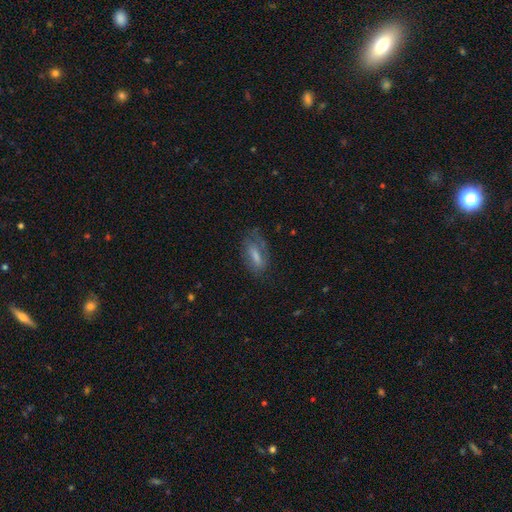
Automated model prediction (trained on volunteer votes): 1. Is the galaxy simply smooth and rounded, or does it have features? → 57% smooth, 34% featured or disk, 10% star or artifact.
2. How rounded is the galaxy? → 69% in between, 26% cigar-shaped, 4% round.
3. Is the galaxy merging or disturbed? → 56% none, 26% minor disturbance, 16% major disturbance, 2% merger.